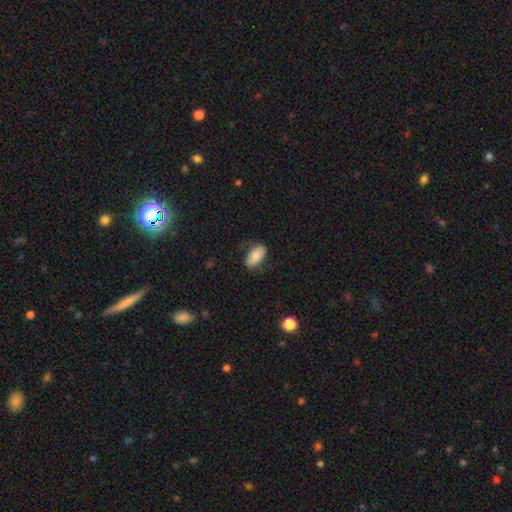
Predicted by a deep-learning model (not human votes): Overall: smooth (77%). How rounded: in between (93%). Merging: none (67%).